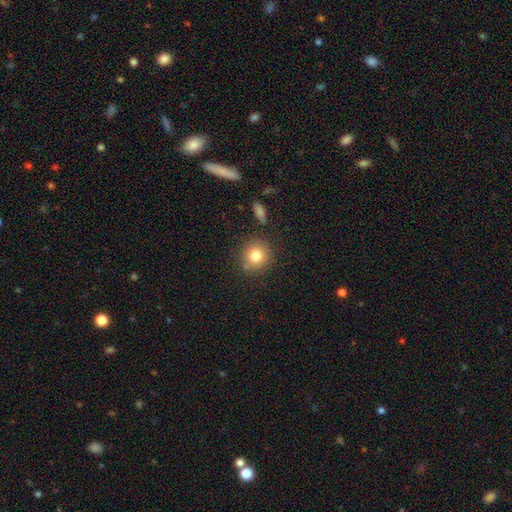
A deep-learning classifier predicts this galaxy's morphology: Smooth or featured: smooth — 81% (star or artifact — 11%)
How rounded: round — 89% (in between — 10%)
Merging: none — 82% (minor disturbance — 11%)